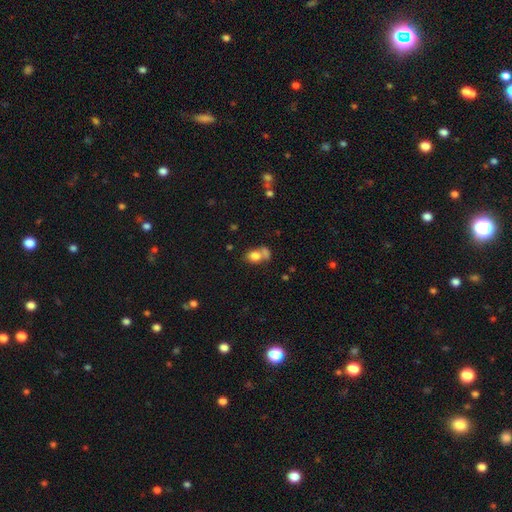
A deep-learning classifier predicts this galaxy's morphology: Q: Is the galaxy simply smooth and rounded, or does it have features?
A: smooth — 79%.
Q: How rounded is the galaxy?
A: in between — 59%.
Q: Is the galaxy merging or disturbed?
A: merger — 45%.